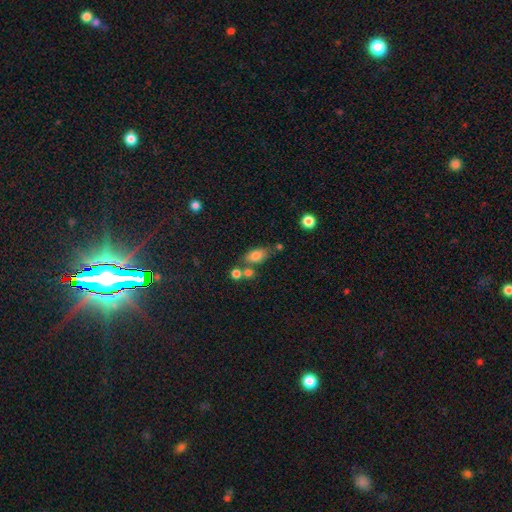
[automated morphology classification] Smooth or featured? Predicted: smooth (p=0.78). How rounded? Predicted: in between (p=0.85). Merging? Predicted: none (p=0.56).